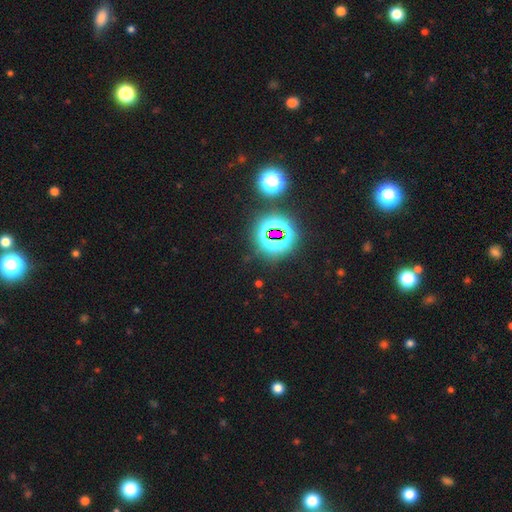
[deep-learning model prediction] star or artifact 77%, smooth 14%, featured or disk 9%.